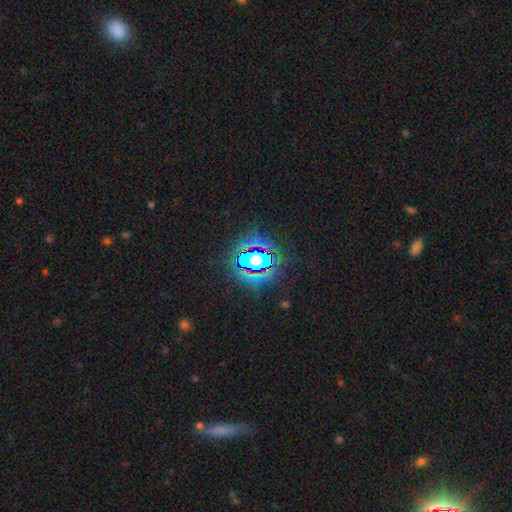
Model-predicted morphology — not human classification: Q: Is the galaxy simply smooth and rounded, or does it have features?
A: star or artifact — 78%.